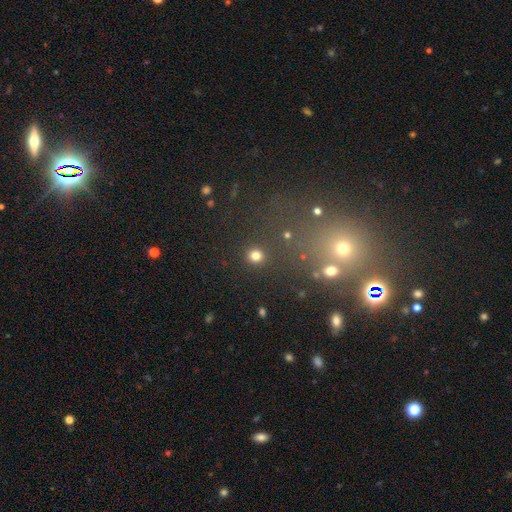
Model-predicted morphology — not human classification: This appears to be a smooth galaxy with no disk features (80%) that is round (91%). Merging: none (90%).